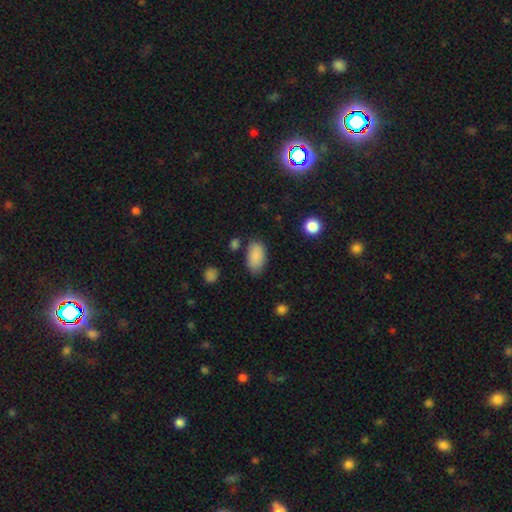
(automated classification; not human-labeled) Smooth or featured: smooth — 87% (star or artifact — 7%)
How rounded: in between — 93% (round — 4%)
Merging: none — 74% (minor disturbance — 17%)